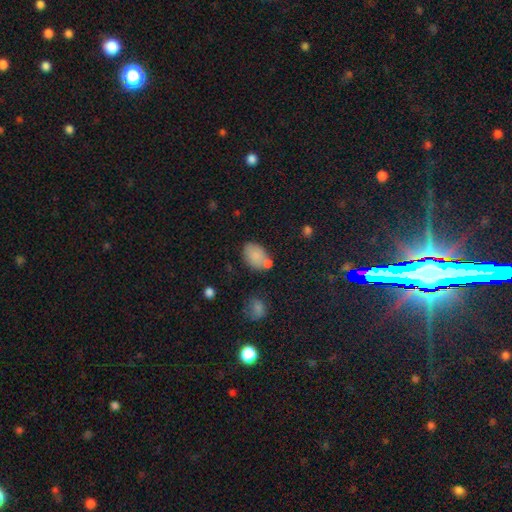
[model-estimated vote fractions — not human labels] Smooth or featured? Predicted: smooth (p=0.83). How rounded? Predicted: in between (p=0.81). Merging? Predicted: none (p=0.55).